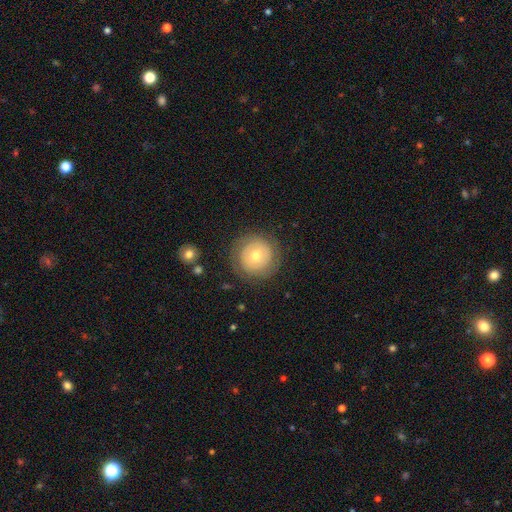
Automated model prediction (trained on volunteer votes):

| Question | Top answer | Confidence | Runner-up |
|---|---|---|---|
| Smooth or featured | featured or disk | 50% | smooth (43%) |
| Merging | none | 81% | minor disturbance (12%) |